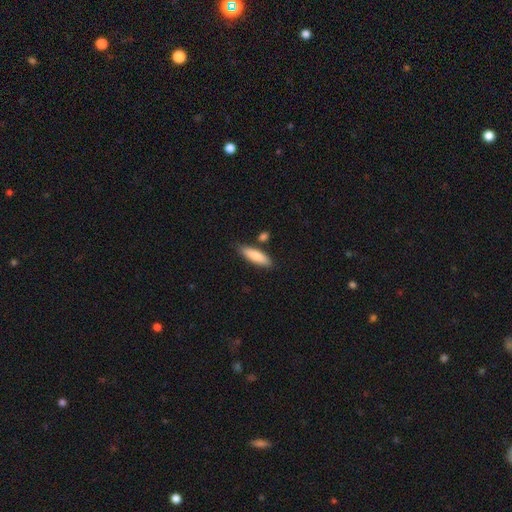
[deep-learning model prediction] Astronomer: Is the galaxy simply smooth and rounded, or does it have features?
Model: smooth — 82%.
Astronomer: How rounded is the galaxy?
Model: cigar-shaped — 57% (runner-up: in between, 41%).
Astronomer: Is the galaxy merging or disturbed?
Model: none — 79%.